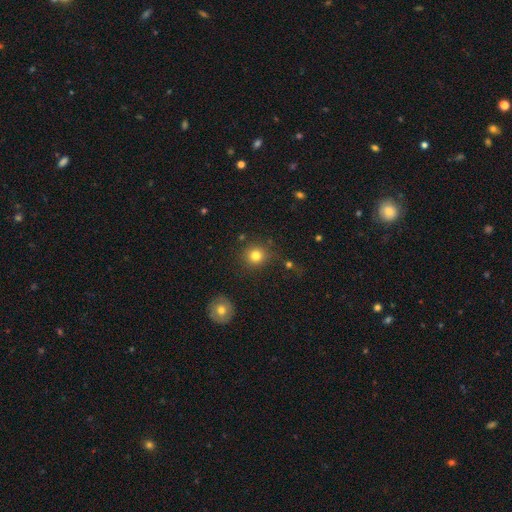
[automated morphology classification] Smooth or featured?
  - smooth: 79% *
  - star or artifact: 14%
  - featured or disk: 7%
How rounded?
  - round: 92% *
  - in between: 7%
  - cigar-shaped: 1%
Merging?
  - none: 83% *
  - minor disturbance: 9%
  - merger: 4%
  - major disturbance: 4%